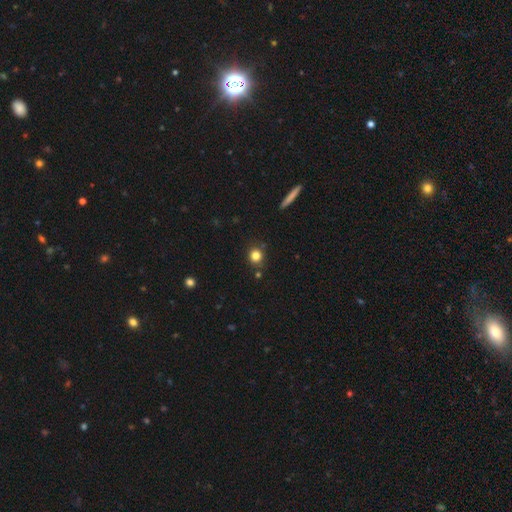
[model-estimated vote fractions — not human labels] Q: Smooth or featured?
A: smooth (81%); runner-up: star or artifact (13%)
Q: How rounded?
A: round (88%); runner-up: in between (11%)
Q: Merging?
A: none (83%); runner-up: minor disturbance (10%)